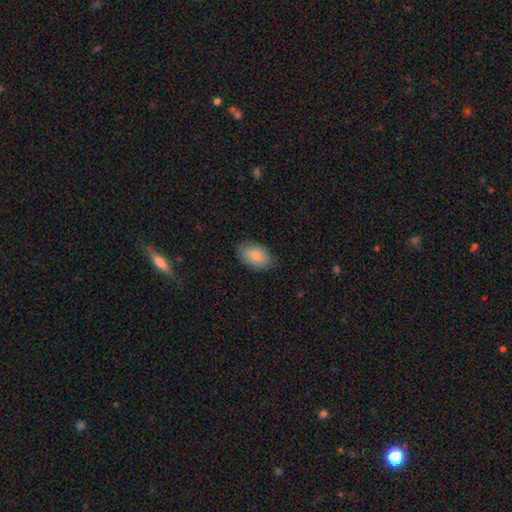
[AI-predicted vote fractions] Q: Smooth or featured?
A: smooth (79%); runner-up: featured or disk (14%)
Q: How rounded?
A: in between (90%); runner-up: round (8%)
Q: Merging?
A: none (83%); runner-up: minor disturbance (13%)